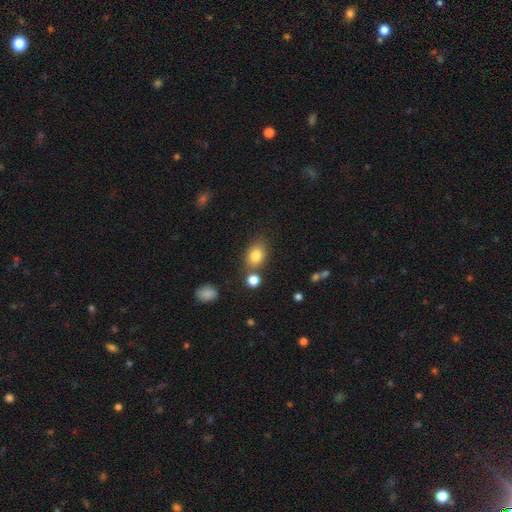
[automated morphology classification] Overall: smooth (81%). How rounded: in between (64%; round 35%). Merging: none (69%).